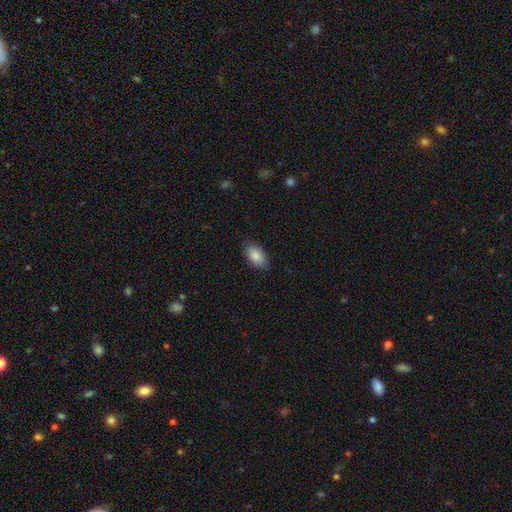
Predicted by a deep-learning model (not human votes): A smooth galaxy with no disk features (87%) that is in between round and cigar-shaped (93%).

Vote fractions:
- Smooth or featured? smooth: 87% / featured or disk: 7% / star or artifact: 6%
- How rounded? in between: 93% / round: 5% / cigar-shaped: 2%
- Merging? none: 81% / minor disturbance: 15% / major disturbance: 3% / merger: 1%